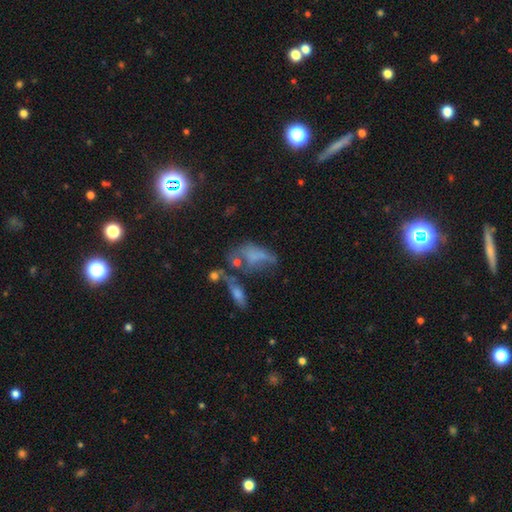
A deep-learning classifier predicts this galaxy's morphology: Overall: smooth (51%; featured or disk 33%). How rounded: in between (77%). Merging: major disturbance (32%; none 25%).